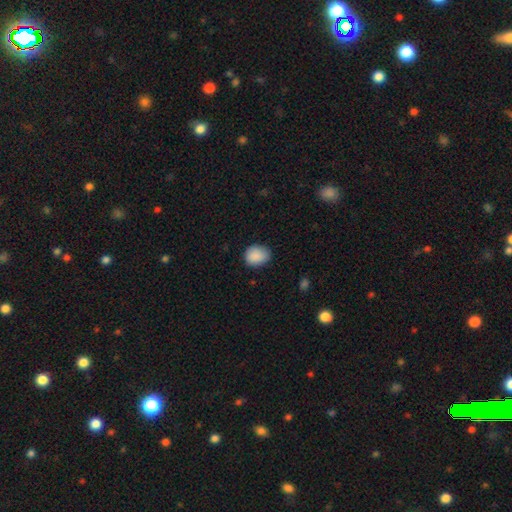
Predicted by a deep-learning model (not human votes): Smooth or featured? Predicted: smooth (p=0.88). How rounded? Predicted: round (p=0.55). Merging? Predicted: none (p=0.75).